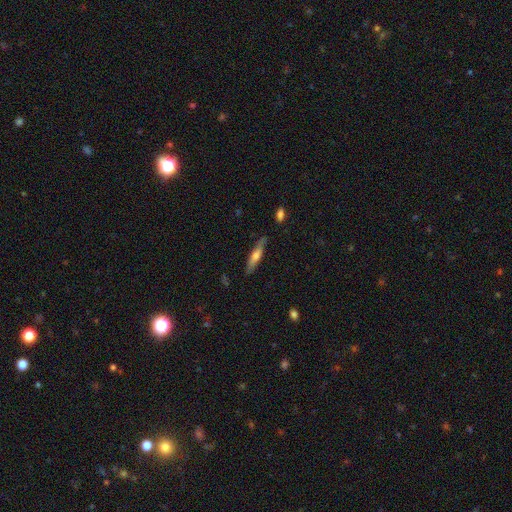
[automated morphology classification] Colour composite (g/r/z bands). It shows a smooth galaxy with no disk features (49%). Merging: none (85%).